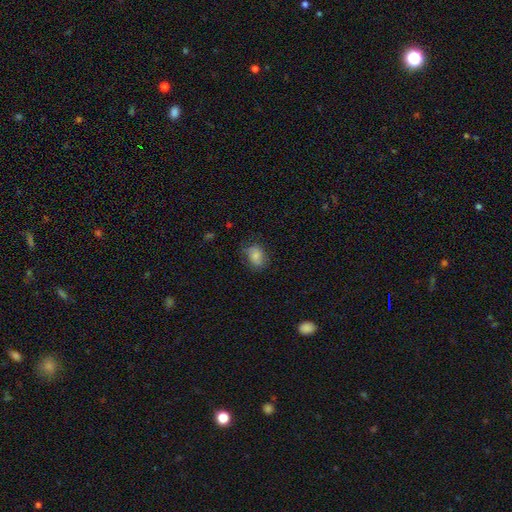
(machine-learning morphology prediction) smooth_or_featured: smooth (p=0.80) [alt: featured or disk p=0.11]
how_rounded: in between (p=0.68) [alt: round p=0.31]
merging: none (p=0.68) [alt: minor disturbance p=0.23]